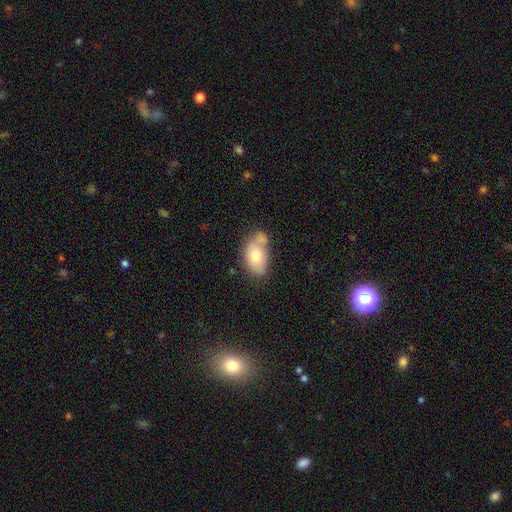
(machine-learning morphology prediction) A smooth galaxy with no disk features (71%) that is in between round and cigar-shaped (87%). Merging: none (40%).